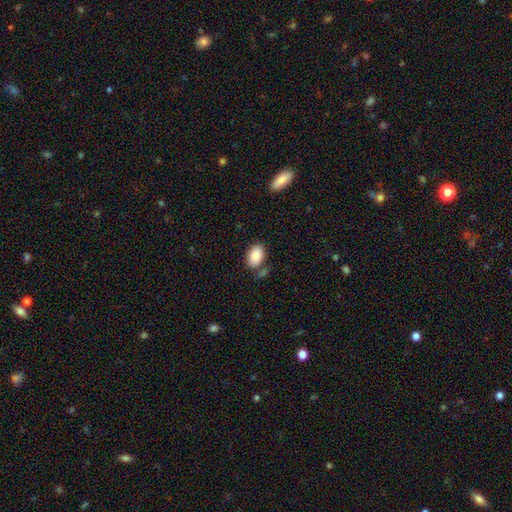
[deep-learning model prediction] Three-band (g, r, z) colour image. It shows a smooth galaxy with no disk features (88%) that is in between round and cigar-shaped (90%). Merging: none (73%).